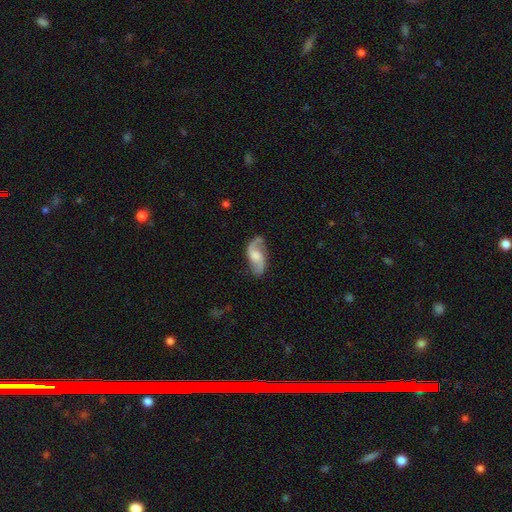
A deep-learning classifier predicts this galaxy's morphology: smooth-or-featured: featured or disk: 80% | smooth: 14% | star or artifact: 6%
  disk-edge-on: no: 96% | yes: 4%
    bar: no: 53% | weak: 39% | strong: 9%
    has-spiral-arms: yes: 95% | no: 5%
      spiral-winding: loose: 61% | medium: 32% | tight: 8%
      spiral-arm-count: 2: 90% | 1: 4% | can't tell: 3% | 3: 1% | 4: 1% | more than 4: 1%
    bulge-size: moderate: 40% | small: 25% | none: 18% | large: 15% | dominant: 2%
  merging: none: 71% | minor disturbance: 19% | major disturbance: 8% | merger: 2%